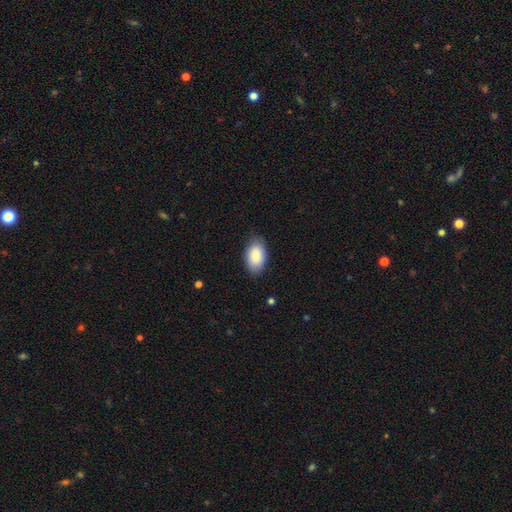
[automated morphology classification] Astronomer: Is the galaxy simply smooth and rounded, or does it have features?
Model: smooth — 87%.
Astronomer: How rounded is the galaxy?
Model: in between — 94%.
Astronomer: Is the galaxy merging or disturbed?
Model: none — 83%.